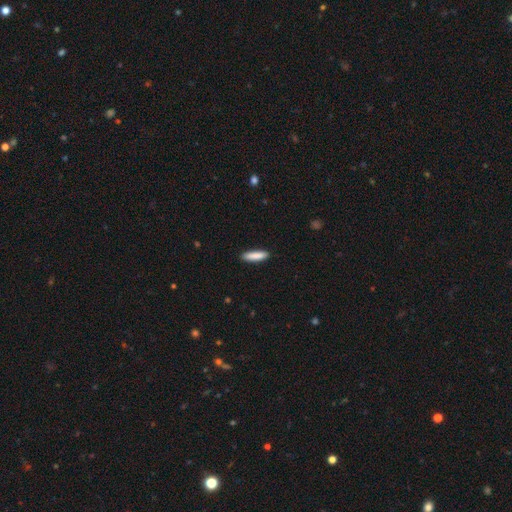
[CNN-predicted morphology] smooth-or-featured: smooth: 87% | featured or disk: 7% | star or artifact: 6%
  how-rounded: cigar-shaped: 76% | in between: 23% | round: 1%
  merging: none: 89% | minor disturbance: 8% | major disturbance: 2% | merger: 1%